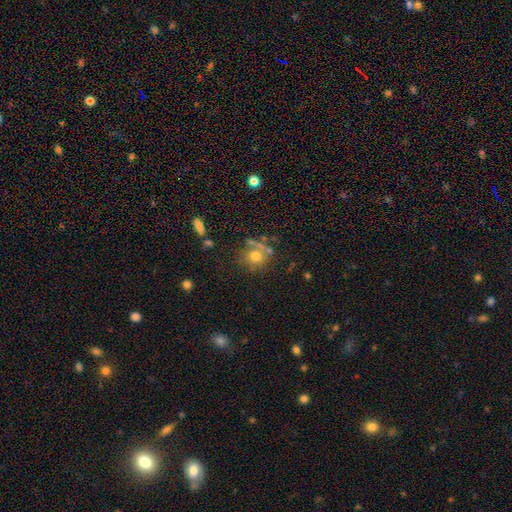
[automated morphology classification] smooth-or-featured: smooth: 62% | featured or disk: 19% | star or artifact: 19%
  how-rounded: round: 79% | in between: 19% | cigar-shaped: 1%
  merging: none: 57% | minor disturbance: 17% | merger: 16% | major disturbance: 11%